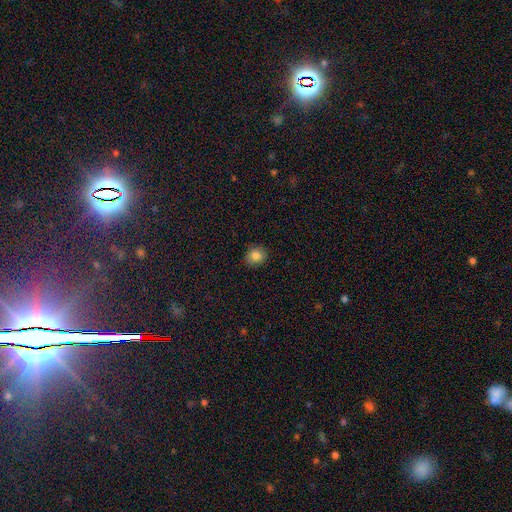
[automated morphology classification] Smooth or featured: smooth — 84% (star or artifact — 11%)
How rounded: round — 84% (in between — 15%)
Merging: none — 89% (minor disturbance — 8%)